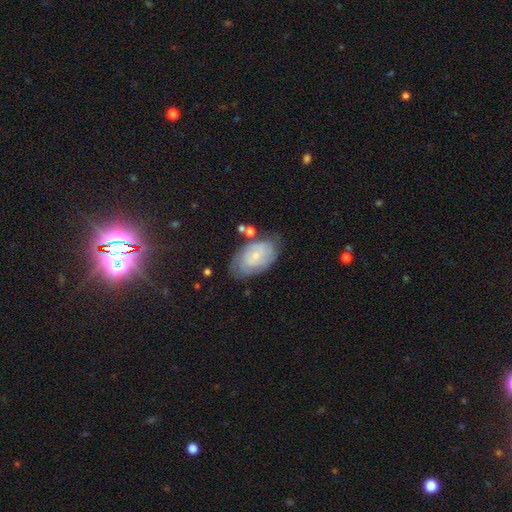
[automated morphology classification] Smooth or featured? Predicted: featured or disk (p=0.58). Edge-on disk? Predicted: no (p=0.96). Bar? Predicted: no (p=0.69). Spiral arms? Predicted: yes (p=0.81). Bulge size? Predicted: small (p=0.74). Merging? Predicted: none (p=0.64).